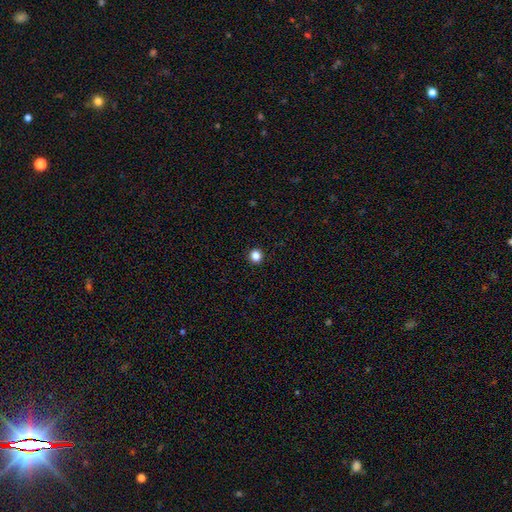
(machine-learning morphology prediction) smooth-or-featured: smooth: 84% | star or artifact: 12% | featured or disk: 4%
  how-rounded: round: 93% | in between: 6% | cigar-shaped: 1%
  merging: none: 93% | minor disturbance: 4% | major disturbance: 1% | merger: 1%